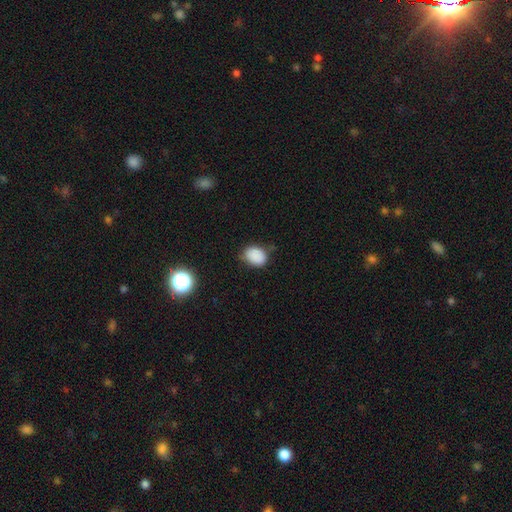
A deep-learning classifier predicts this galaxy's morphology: Smooth or featured: smooth — 86% (star or artifact — 9%)
How rounded: in between — 65% (round — 34%)
Merging: none — 68% (minor disturbance — 25%)